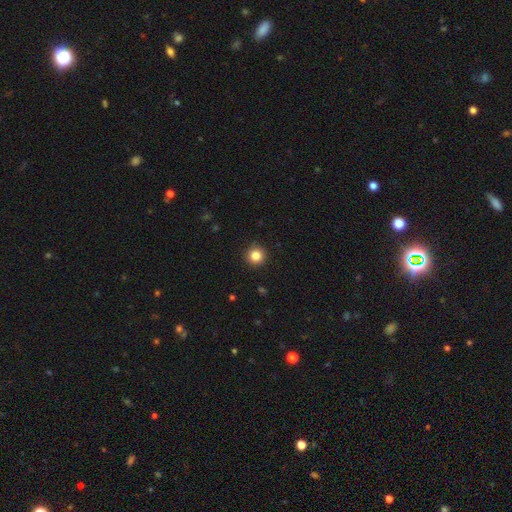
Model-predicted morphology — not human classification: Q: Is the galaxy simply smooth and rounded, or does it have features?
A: smooth — 84%.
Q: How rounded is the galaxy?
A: round — 96%.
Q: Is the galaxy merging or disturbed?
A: none — 93%.